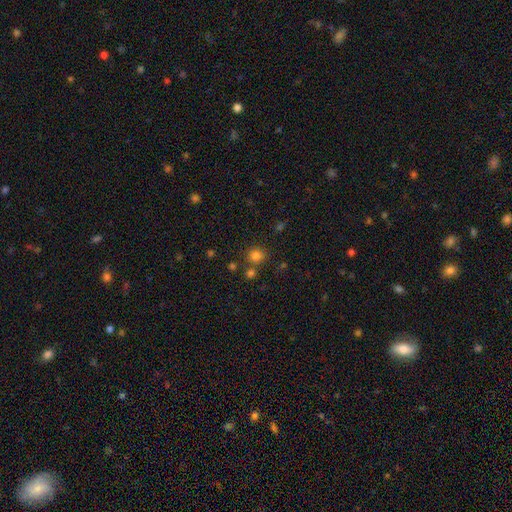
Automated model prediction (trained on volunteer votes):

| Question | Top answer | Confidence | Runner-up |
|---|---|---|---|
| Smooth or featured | smooth | 78% | star or artifact (16%) |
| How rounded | round | 83% | in between (16%) |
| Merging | none | 73% | merger (14%) |